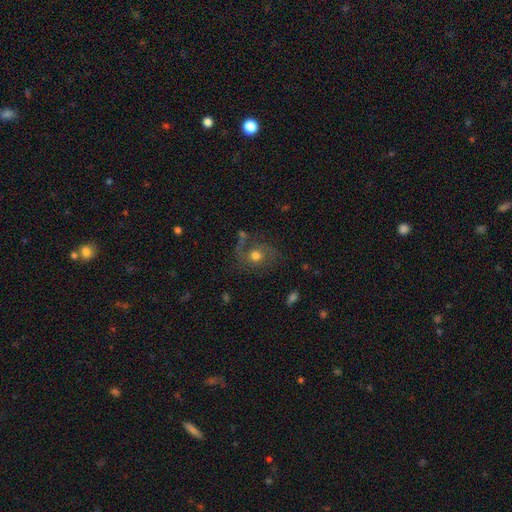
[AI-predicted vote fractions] A featured or disk galaxy (50%).

Vote fractions:
- Smooth or featured? featured or disk: 50% / smooth: 37% / star or artifact: 13%
- Edge-on disk? no: 97% / yes: 3%
- Merging? none: 59% / minor disturbance: 19% / major disturbance: 16% / merger: 7%